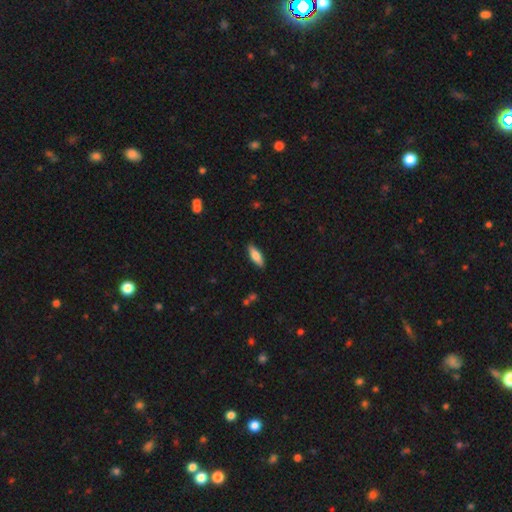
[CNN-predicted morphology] type=smooth (75%); roundness=in between (57%); merging=none (88%).